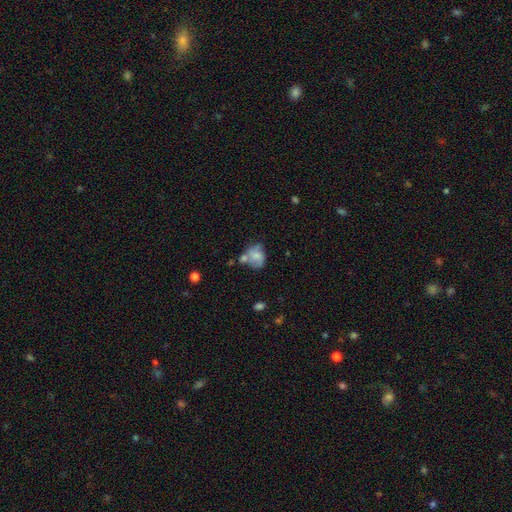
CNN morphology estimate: smooth-or-featured: smooth: 59% | featured or disk: 33% | star or artifact: 9%
  how-rounded: in between: 54% | round: 45% | cigar-shaped: 1%
  merging: none: 36% | merger: 29% | minor disturbance: 24% | major disturbance: 11%